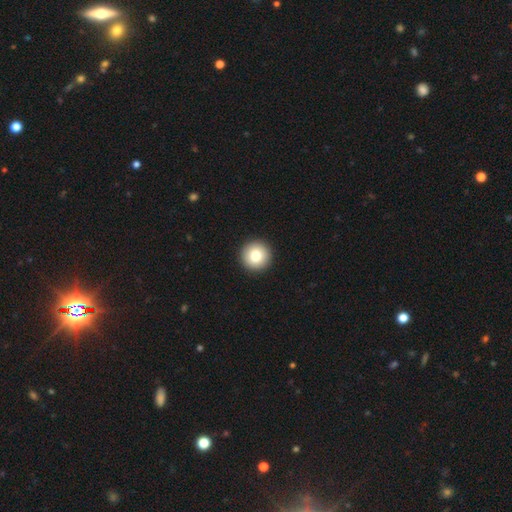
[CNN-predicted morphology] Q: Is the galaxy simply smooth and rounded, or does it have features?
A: smooth — 80%.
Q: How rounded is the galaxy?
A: round — 97%.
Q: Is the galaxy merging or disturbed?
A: none — 94%.